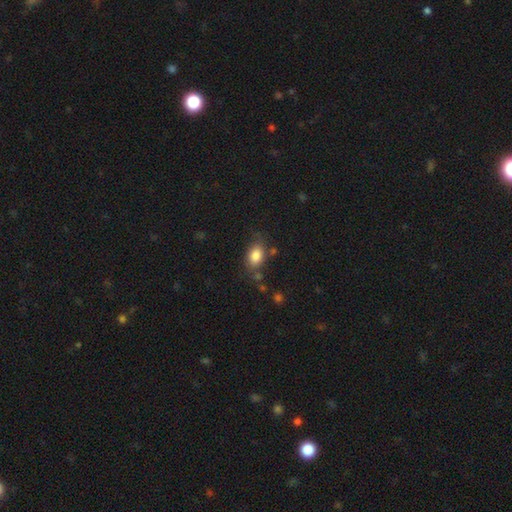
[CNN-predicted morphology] Smooth or featured?
  - smooth: 83% *
  - featured or disk: 9%
  - star or artifact: 8%
How rounded?
  - in between: 84% *
  - round: 15%
  - cigar-shaped: 2%
Merging?
  - none: 69% *
  - minor disturbance: 19%
  - major disturbance: 6%
  - merger: 6%